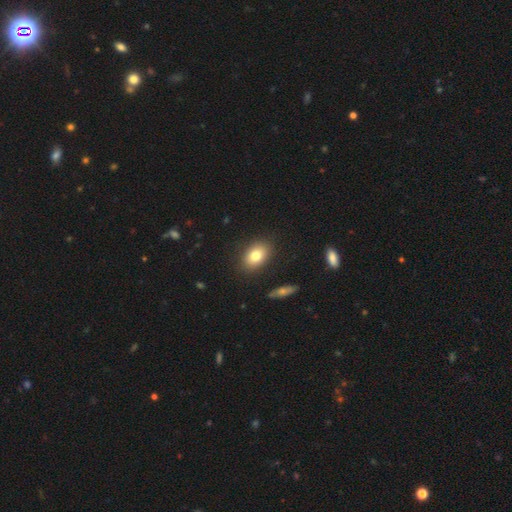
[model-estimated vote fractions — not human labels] This appears to be a smooth galaxy with no disk features (80%) that is in between round and cigar-shaped (82%). Merging: none (86%).